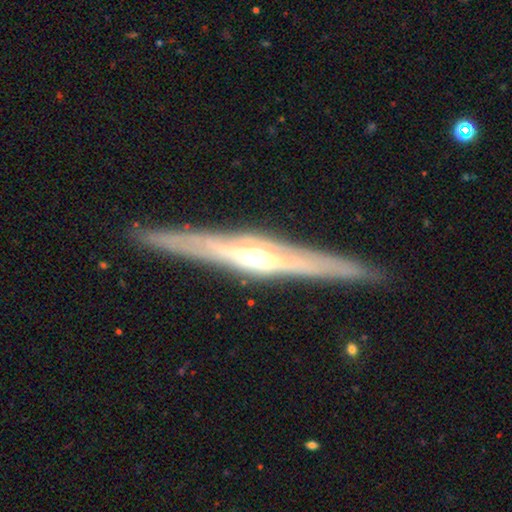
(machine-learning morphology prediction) Smooth or featured?
  - featured or disk: 83% *
  - smooth: 12%
  - star or artifact: 5%
Edge-on disk?
  - yes: 95% *
  - no: 5%
Edge-on bulge?
  - rounded: 83% *
  - none: 9%
  - boxy: 8%
Merging?
  - none: 90% *
  - minor disturbance: 7%
  - major disturbance: 2%
  - merger: 1%